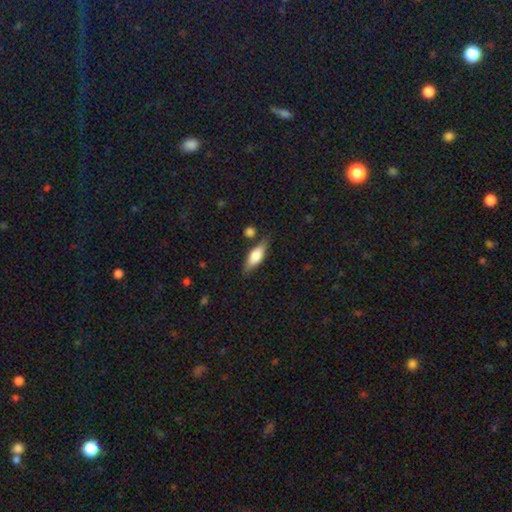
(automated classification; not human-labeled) The model was most divided on "how rounded": in between: 63%, cigar-shaped: 34%, round: 3%. More confident: merging — none (75%); smooth or featured — smooth (68%).